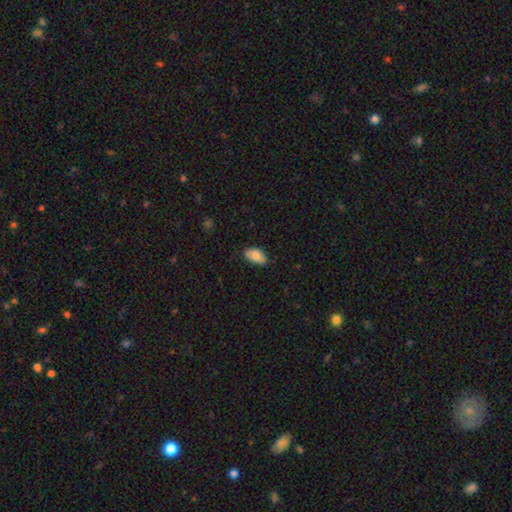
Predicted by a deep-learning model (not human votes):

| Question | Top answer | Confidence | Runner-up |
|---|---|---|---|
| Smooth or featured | smooth | 80% | featured or disk (13%) |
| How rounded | in between | 94% | round (4%) |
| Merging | none | 80% | minor disturbance (17%) |